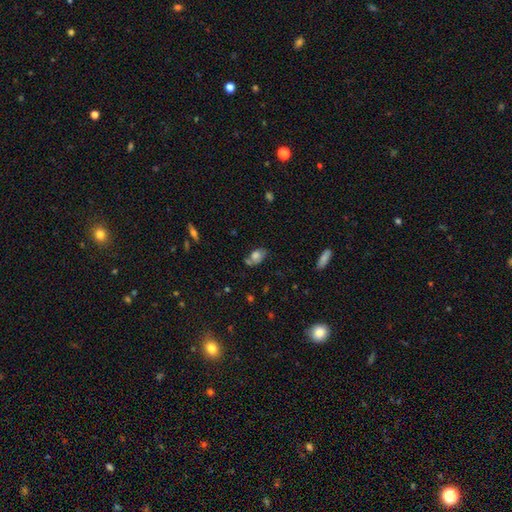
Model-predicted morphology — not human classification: A smooth galaxy with no disk features (66%) that is in between round and cigar-shaped (84%).

Vote fractions:
- Smooth or featured? smooth: 66% / featured or disk: 24% / star or artifact: 10%
- How rounded? in between: 84% / round: 14% / cigar-shaped: 2%
- Merging? none: 49% / minor disturbance: 25% / merger: 18% / major disturbance: 9%